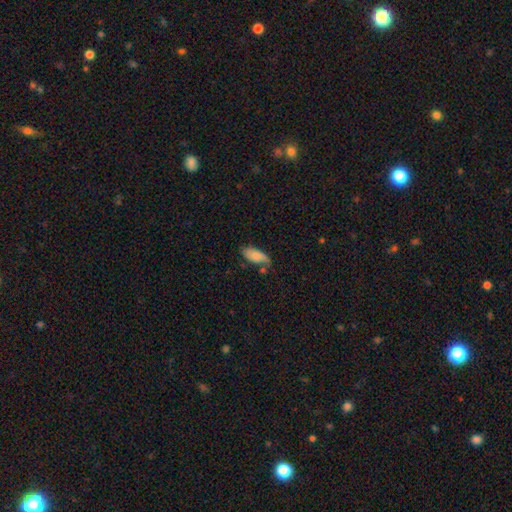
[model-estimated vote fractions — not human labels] smooth 79%, featured or disk 14%, star or artifact 7%. Down the decision tree: how rounded — in between (86%); merging — none (58%).